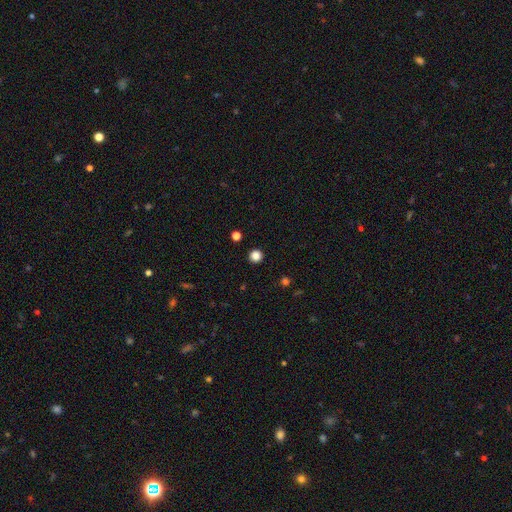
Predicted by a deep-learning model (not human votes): Q: Smooth or featured?
A: smooth (84%); runner-up: star or artifact (13%)
Q: How rounded?
A: round (96%); runner-up: in between (4%)
Q: Merging?
A: none (93%); runner-up: minor disturbance (4%)